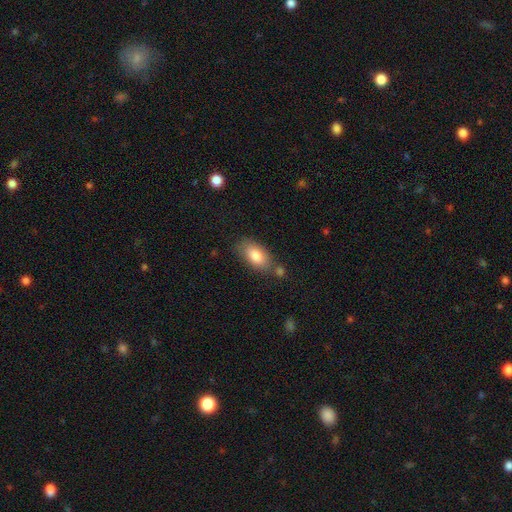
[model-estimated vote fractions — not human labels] The model was most divided on "merging": none: 67%, minor disturbance: 17%, merger: 11%, major disturbance: 4%. More confident: how rounded — in between (91%); smooth or featured — smooth (81%).